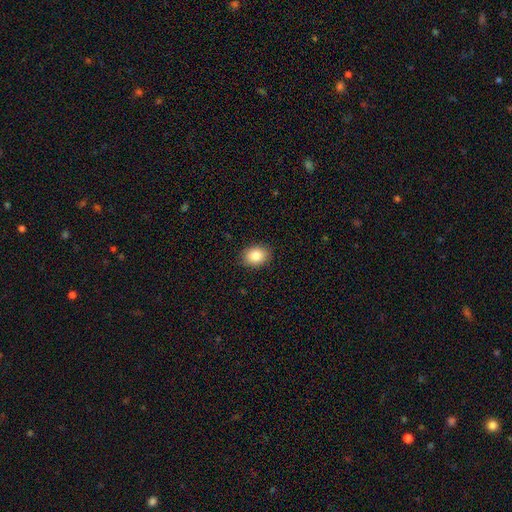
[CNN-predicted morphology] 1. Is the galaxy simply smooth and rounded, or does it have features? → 84% smooth, 9% star or artifact, 7% featured or disk.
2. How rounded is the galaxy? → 59% in between, 40% round, 1% cigar-shaped.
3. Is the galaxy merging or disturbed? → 89% none, 8% minor disturbance, 2% major disturbance, 1% merger.